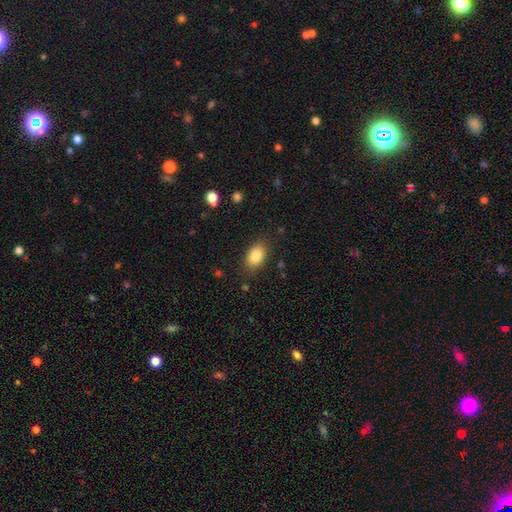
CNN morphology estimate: This appears to be a smooth galaxy with no disk features (84%) that is in between round and cigar-shaped (88%). Merging: none (84%).